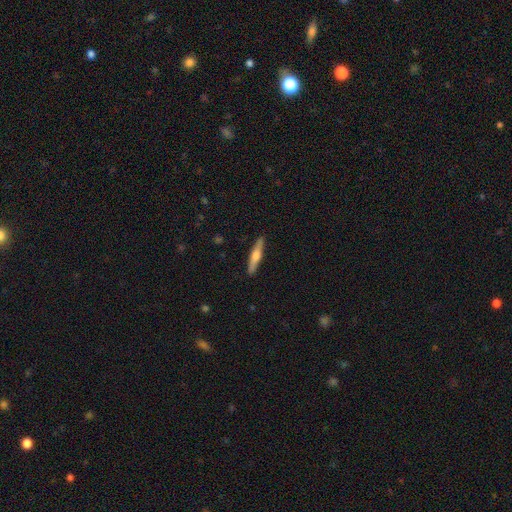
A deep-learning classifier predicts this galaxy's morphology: The model was most divided on "smooth or featured": smooth: 48%, featured or disk: 47%, star or artifact: 6%. More confident: merging — none (89%).